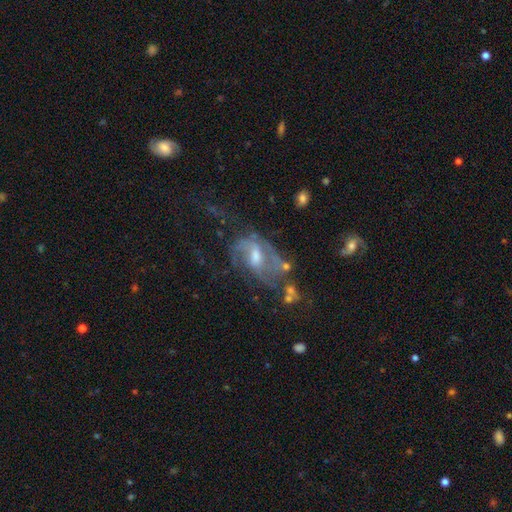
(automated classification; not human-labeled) Overall: featured or disk (78%). Edge-on disk: no (96%). Bar: weak (52%; no 31%). Spiral arms: yes (81%). Spiral arm count: 2 (42%; can't tell 30%). Spiral winding: medium (45%; loose 31%). Bulge size: moderate (59%; small 26%). Merging: none (40%; major disturbance 32%).